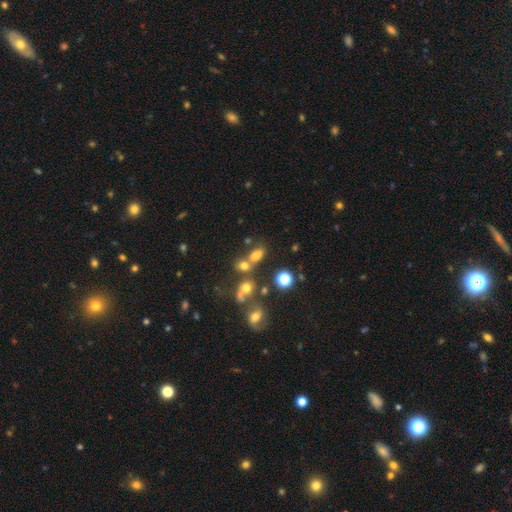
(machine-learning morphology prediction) Smooth or featured? smooth (69%)
How rounded? in between (70%)
Merging? none (47%)